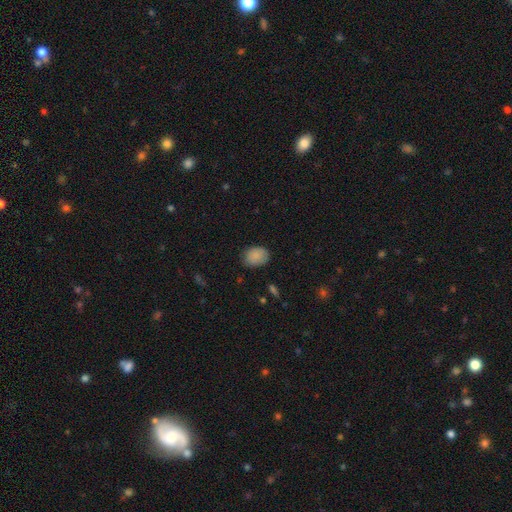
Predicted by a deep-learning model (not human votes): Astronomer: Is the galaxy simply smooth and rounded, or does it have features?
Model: smooth — 87%.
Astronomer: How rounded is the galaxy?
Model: in between — 66%.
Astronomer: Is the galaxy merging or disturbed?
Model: none — 80%.